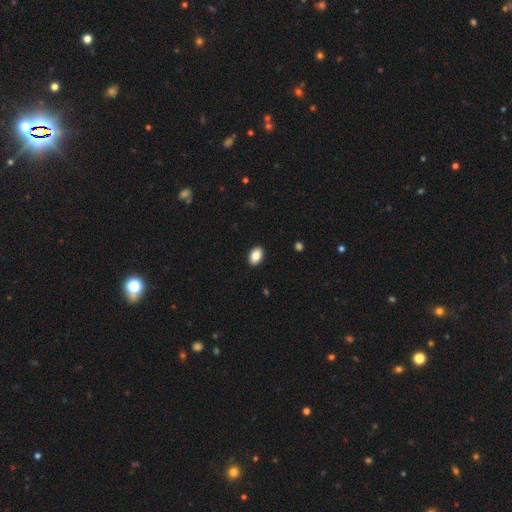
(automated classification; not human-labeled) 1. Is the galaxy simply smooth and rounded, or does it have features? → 87% smooth, 7% star or artifact, 6% featured or disk.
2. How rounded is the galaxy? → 87% in between, 12% round, 1% cigar-shaped.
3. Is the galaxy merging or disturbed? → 91% none, 7% minor disturbance, 2% major disturbance, 1% merger.